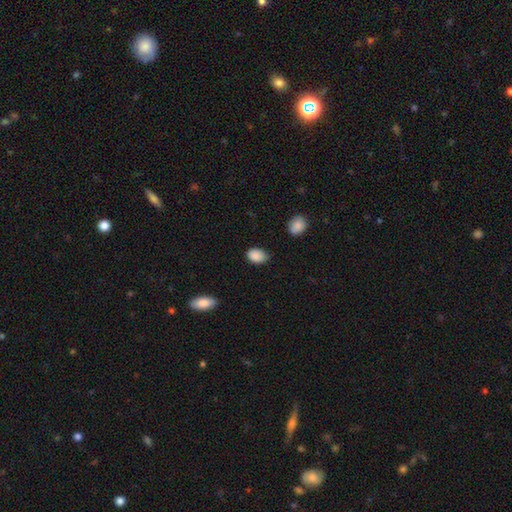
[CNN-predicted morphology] A smooth galaxy with no disk features (89%) that is in between round and cigar-shaped (82%).

Vote fractions:
- Smooth or featured? smooth: 89% / star or artifact: 8% / featured or disk: 4%
- How rounded? in between: 82% / round: 17% / cigar-shaped: 1%
- Merging? none: 73% / minor disturbance: 22% / major disturbance: 3% / merger: 2%